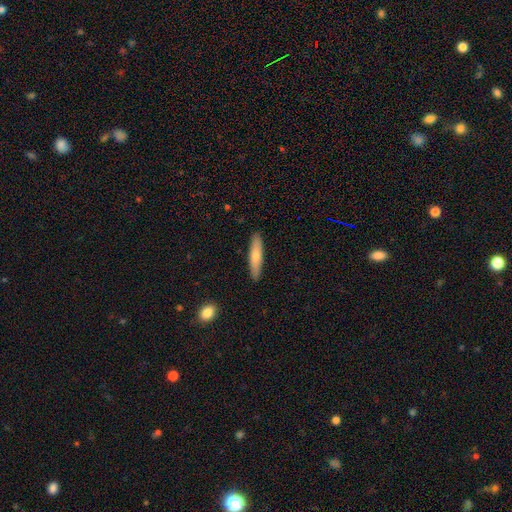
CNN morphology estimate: A smooth galaxy with no disk features (68%) that is cigar-shaped (82%).

Vote fractions:
- Smooth or featured? smooth: 68% / featured or disk: 26% / star or artifact: 5%
- How rounded? cigar-shaped: 82% / in between: 17% / round: 1%
- Merging? none: 89% / minor disturbance: 8% / major disturbance: 2% / merger: 1%